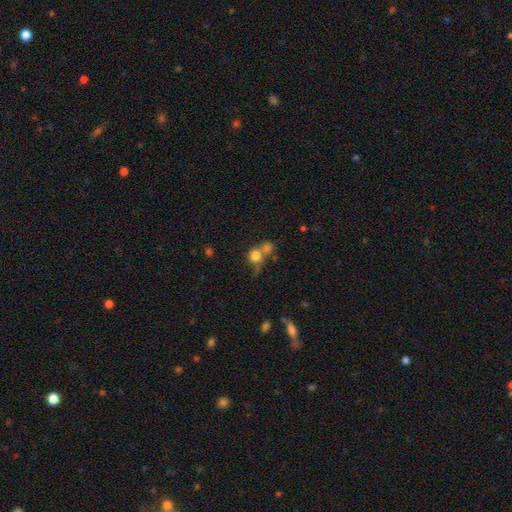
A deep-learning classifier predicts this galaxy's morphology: This appears to be a smooth galaxy with no disk features (76%) that is round (84%). Merging: merger (50%).